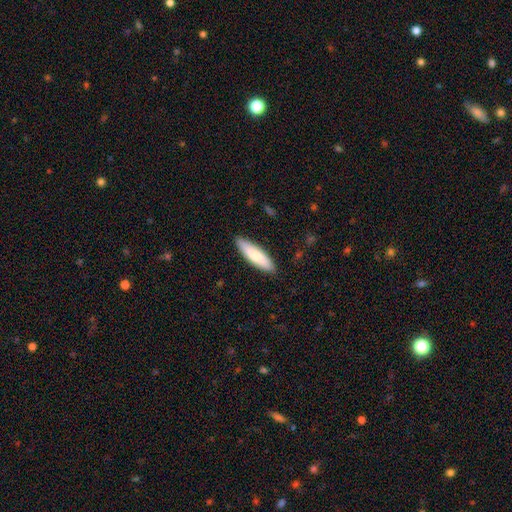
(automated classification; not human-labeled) Smooth or featured? smooth (79%)
How rounded? cigar-shaped (66%)
Merging? none (88%)